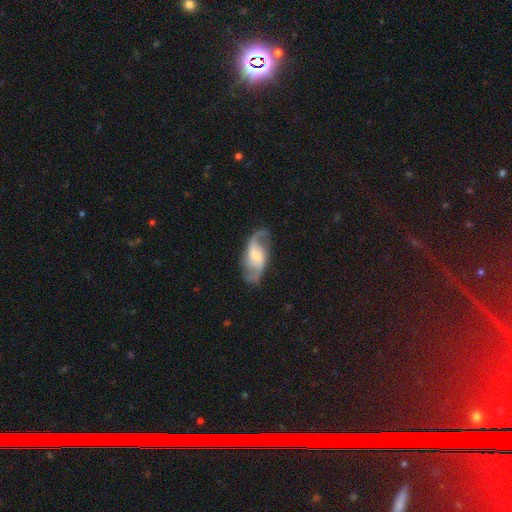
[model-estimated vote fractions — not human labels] Smooth or featured: featured or disk — 85% (smooth — 10%)
Edge-on disk: no — 96% (yes — 4%)
Bar: weak — 53% (no — 29%)
Spiral arms: yes — 96% (no — 4%)
Spiral winding: loose — 51% (medium — 40%)
Spiral arm count: 2 — 91% (can't tell — 3%)
Bulge size: moderate — 44% (small — 30%)
Merging: none — 76% (minor disturbance — 15%)